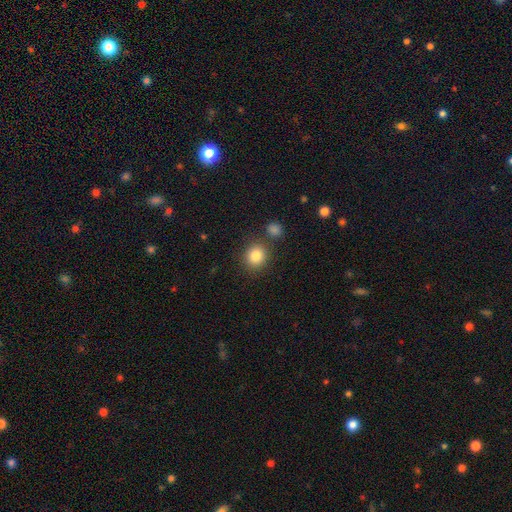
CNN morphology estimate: A smooth galaxy with no disk features (84%) that is round (83%).

Vote fractions:
- Smooth or featured? smooth: 84% / star or artifact: 10% / featured or disk: 6%
- How rounded? round: 83% / in between: 17% / cigar-shaped: 1%
- Merging? none: 79% / minor disturbance: 9% / merger: 9% / major disturbance: 3%